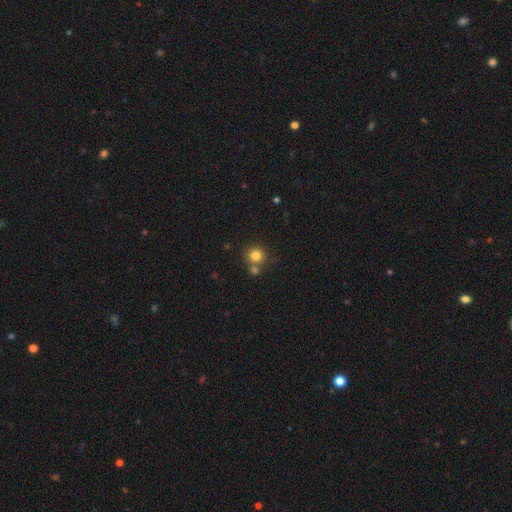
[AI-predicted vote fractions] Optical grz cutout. It shows a smooth galaxy with no disk features (81%) that is round (92%). Merging: none (67%).